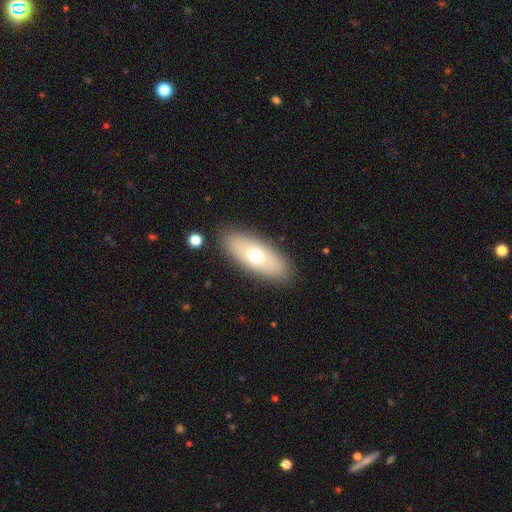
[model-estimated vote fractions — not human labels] Smooth or featured?
  - smooth: 64% *
  - featured or disk: 28%
  - star or artifact: 8%
How rounded?
  - in between: 81% *
  - cigar-shaped: 15%
  - round: 4%
Merging?
  - none: 87% *
  - minor disturbance: 8%
  - major disturbance: 3%
  - merger: 1%